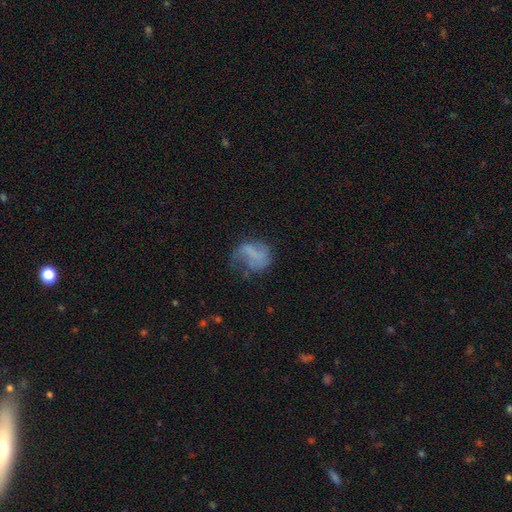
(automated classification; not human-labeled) This is possibly a smooth galaxy (52%). How rounded: possibly in between (50%). Merging: marginally none (35%).